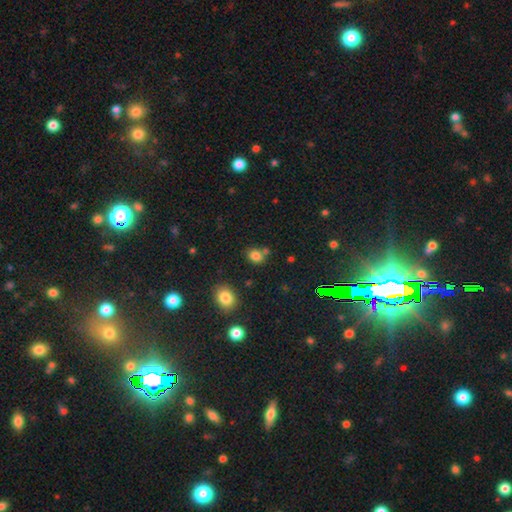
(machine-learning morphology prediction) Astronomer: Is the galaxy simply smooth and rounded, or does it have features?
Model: smooth — 81%.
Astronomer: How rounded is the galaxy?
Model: round — 51% (runner-up: in between, 48%).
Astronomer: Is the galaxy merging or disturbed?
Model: none — 66%.